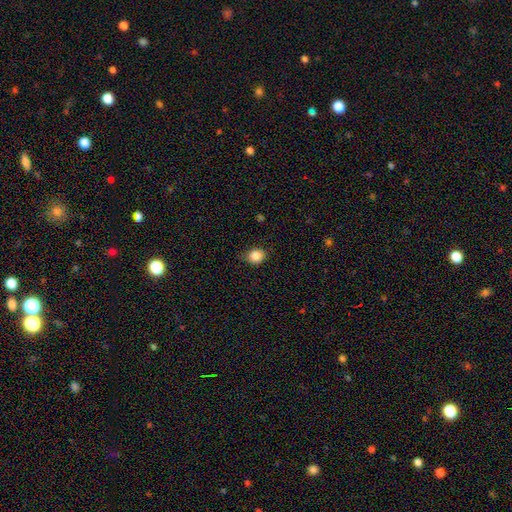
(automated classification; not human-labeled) A smooth galaxy with no disk features (86%) that is round (61%). Merging: none (79%).